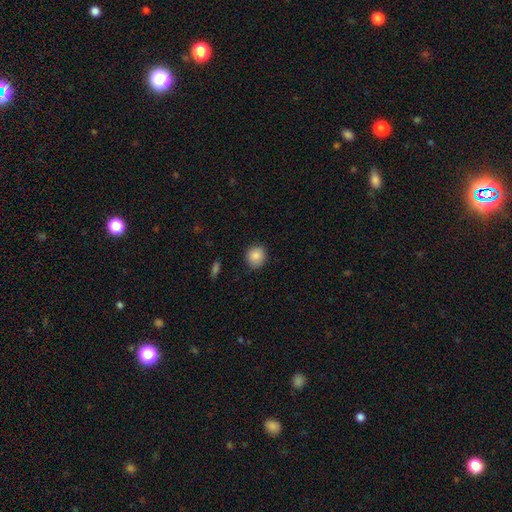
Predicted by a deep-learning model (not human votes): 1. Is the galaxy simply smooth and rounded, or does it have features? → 87% smooth, 8% star or artifact, 5% featured or disk.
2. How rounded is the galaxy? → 84% round, 15% in between, 1% cigar-shaped.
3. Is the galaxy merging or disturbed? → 86% none, 10% minor disturbance, 2% major disturbance, 1% merger.